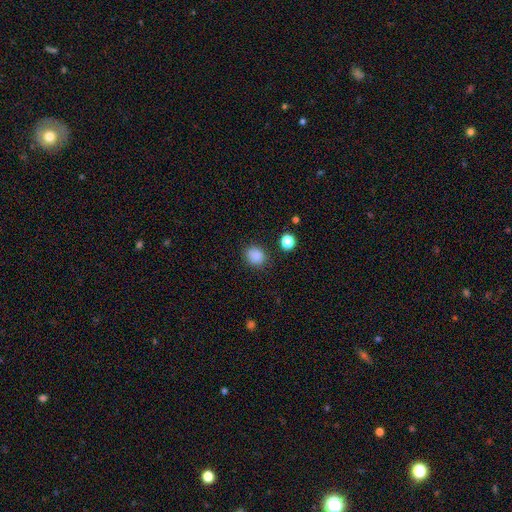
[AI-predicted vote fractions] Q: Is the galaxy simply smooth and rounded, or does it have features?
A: smooth — 85%.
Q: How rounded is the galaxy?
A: round — 65%.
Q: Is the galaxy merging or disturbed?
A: none — 82%.